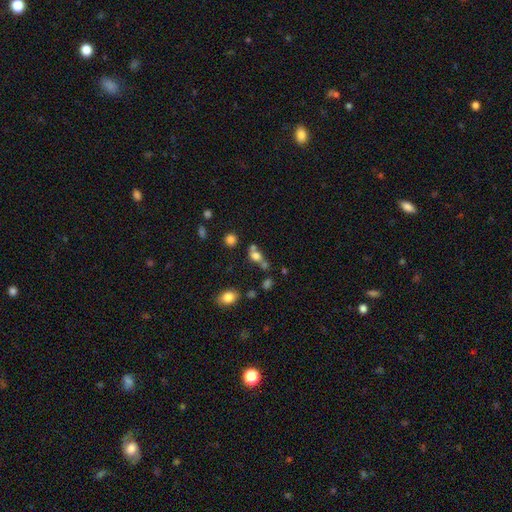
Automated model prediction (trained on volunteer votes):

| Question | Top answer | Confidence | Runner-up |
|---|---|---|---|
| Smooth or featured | smooth | 71% | featured or disk (15%) |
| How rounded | in between | 50% | round (45%) |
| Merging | merger | 42% | none (39%) |